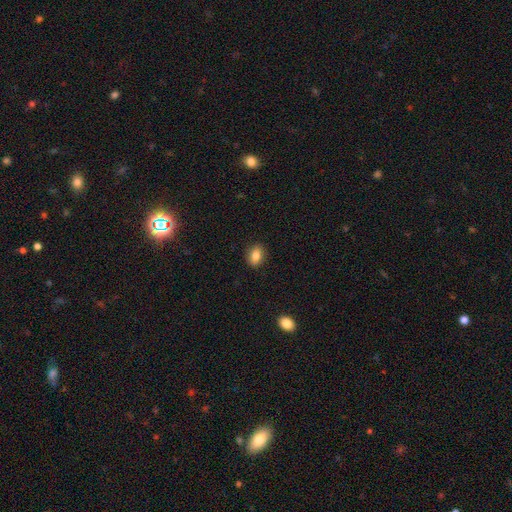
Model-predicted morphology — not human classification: The model was most divided on "how rounded": in between: 73%, round: 25%, cigar-shaped: 2%. More confident: merging — none (88%); smooth or featured — smooth (83%).